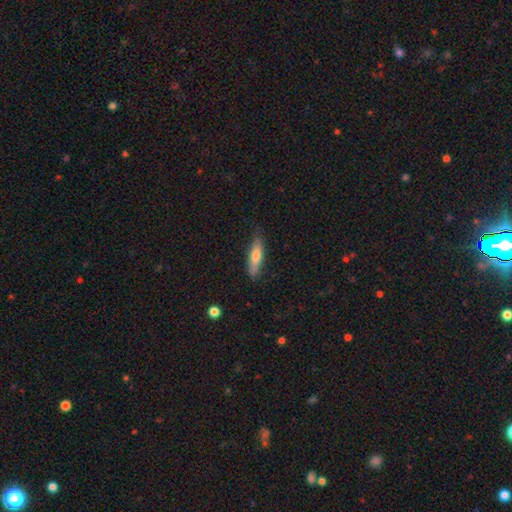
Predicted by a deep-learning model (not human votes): Smooth or featured? smooth (70%)
How rounded? cigar-shaped (68%)
Merging? none (80%)